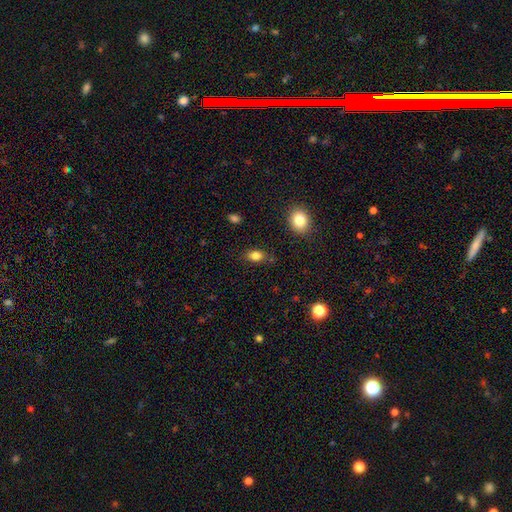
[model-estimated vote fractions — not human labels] Overall: smooth (83%). How rounded: in between (79%). Merging: none (80%).